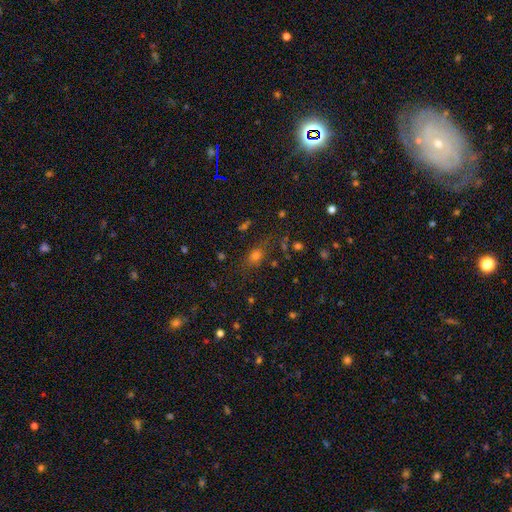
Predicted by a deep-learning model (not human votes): The model was most divided on "how rounded": in between: 55%, round: 38%, cigar-shaped: 8%. More confident: merging — none (72%); smooth or featured — smooth (61%).